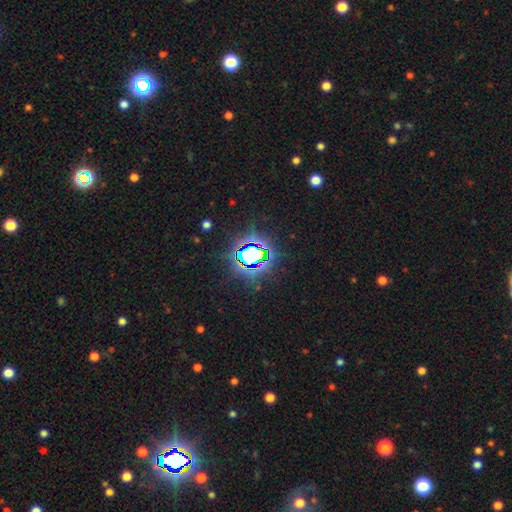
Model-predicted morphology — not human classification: This is likely a star or artifact rather than a galaxy (76%).